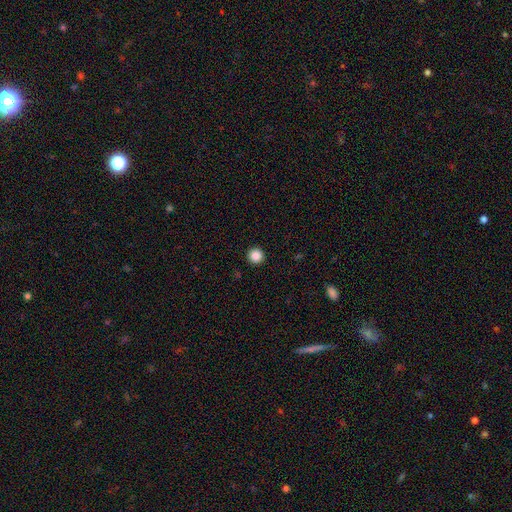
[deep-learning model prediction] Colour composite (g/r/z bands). It shows a smooth galaxy with no disk features (87%) that is round (96%). Merging: none (94%).